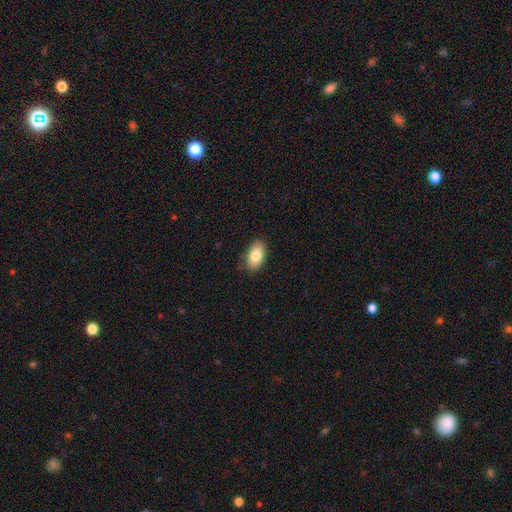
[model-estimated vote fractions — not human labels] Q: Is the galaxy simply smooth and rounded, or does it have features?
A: smooth — 83%.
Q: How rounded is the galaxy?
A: in between — 92%.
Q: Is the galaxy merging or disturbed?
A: none — 83%.